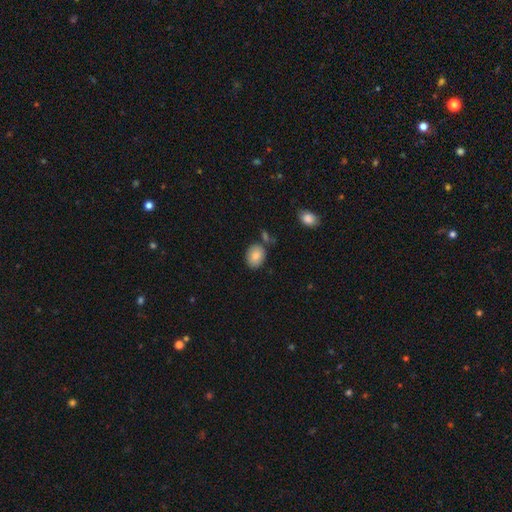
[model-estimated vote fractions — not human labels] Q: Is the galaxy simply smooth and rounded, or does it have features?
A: smooth — 84%.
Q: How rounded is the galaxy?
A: in between — 63%.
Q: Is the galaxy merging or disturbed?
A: none — 74%.